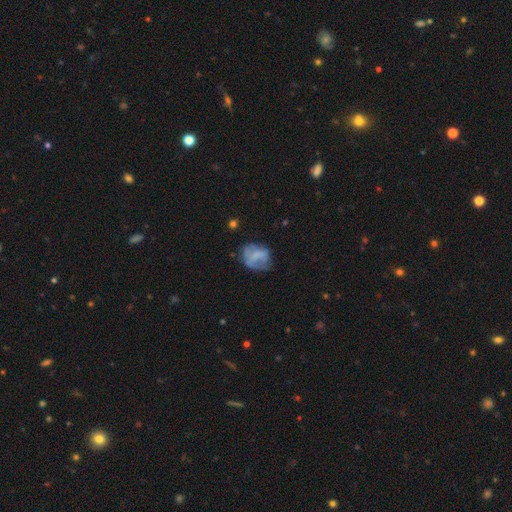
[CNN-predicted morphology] smooth-or-featured: smooth: 46% | featured or disk: 43% | star or artifact: 10%
  merging: none: 46% | minor disturbance: 27% | major disturbance: 24% | merger: 3%